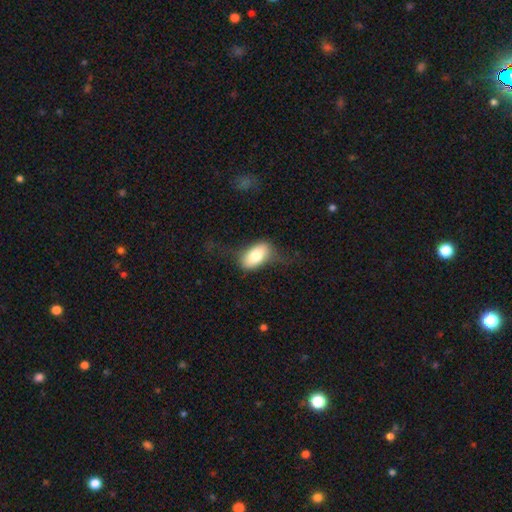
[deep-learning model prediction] Overall: smooth (73%). How rounded: in between (92%). Merging: none (57%; minor disturbance 24%).